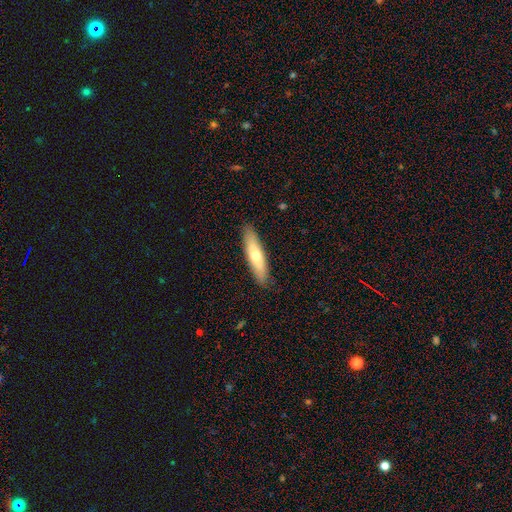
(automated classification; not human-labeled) Smooth or featured?
  - smooth: 60% *
  - featured or disk: 34%
  - star or artifact: 6%
How rounded?
  - cigar-shaped: 72% *
  - in between: 27%
  - round: 2%
Merging?
  - none: 88% *
  - minor disturbance: 9%
  - major disturbance: 2%
  - merger: 1%